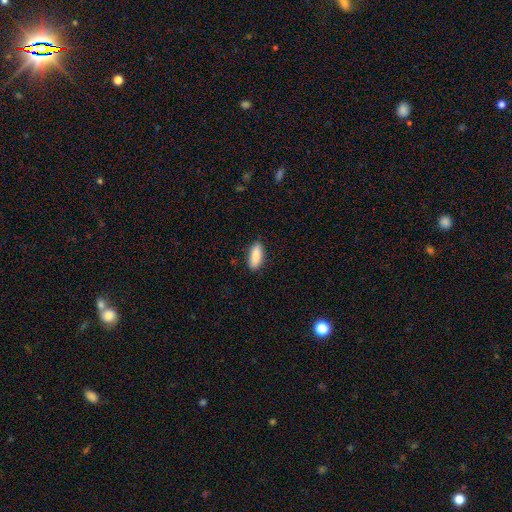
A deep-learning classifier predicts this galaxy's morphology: Smooth or featured: smooth — 88% (star or artifact — 6%)
How rounded: in between — 77% (cigar-shaped — 21%)
Merging: none — 85% (minor disturbance — 12%)